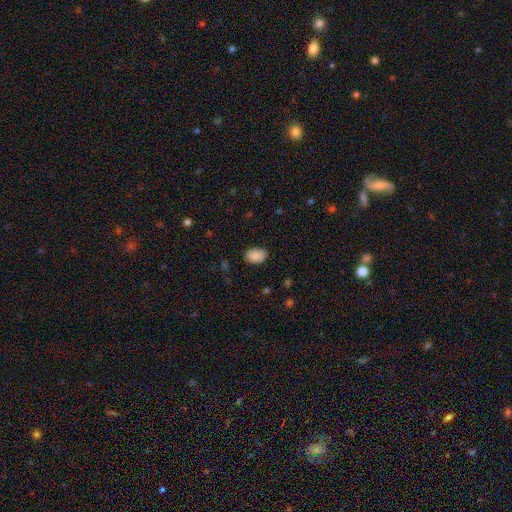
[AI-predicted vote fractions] Smooth or featured: smooth — 89% (star or artifact — 8%)
How rounded: in between — 86% (round — 13%)
Merging: none — 82% (minor disturbance — 14%)